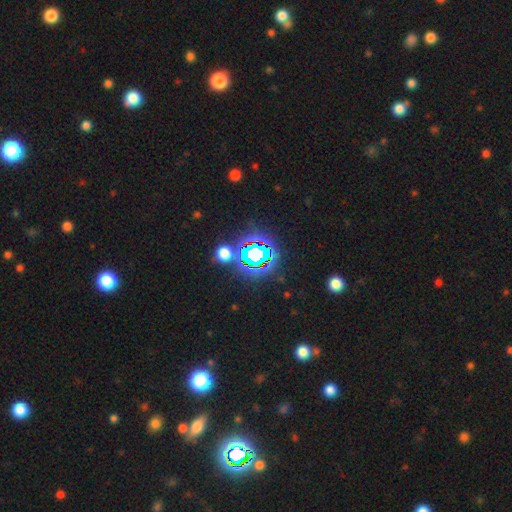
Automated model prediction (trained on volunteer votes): Morphology: type=star or artifact (79%).